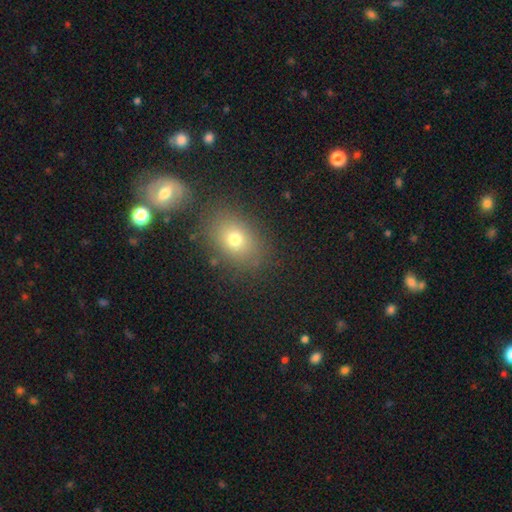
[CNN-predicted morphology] Smooth or featured? Predicted: smooth (p=0.63). How rounded? Predicted: in between (p=0.62). Merging? Predicted: none (p=0.81).